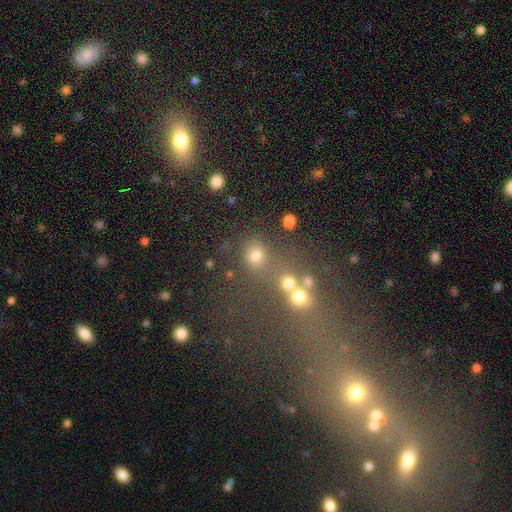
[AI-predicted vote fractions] Morphology: type=smooth (70%); roundness=round (74%); merging=none (57%).